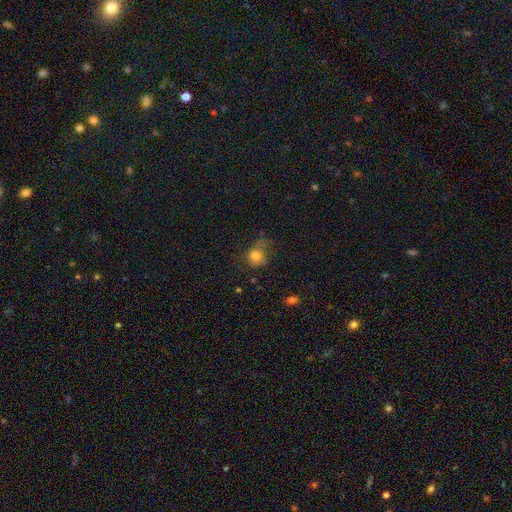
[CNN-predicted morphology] smooth-or-featured: smooth: 76% | star or artifact: 13% | featured or disk: 12%
  how-rounded: round: 72% | in between: 27% | cigar-shaped: 1%
  merging: none: 47% | minor disturbance: 28% | major disturbance: 22% | merger: 4%